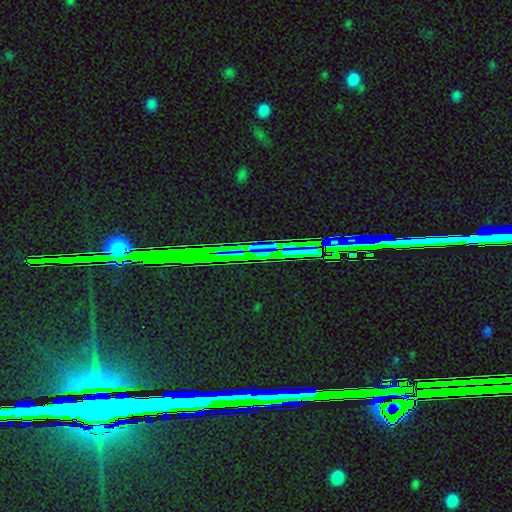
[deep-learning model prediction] The model was most divided on "smooth or featured": star or artifact: 84%, featured or disk: 8%, smooth: 8%.